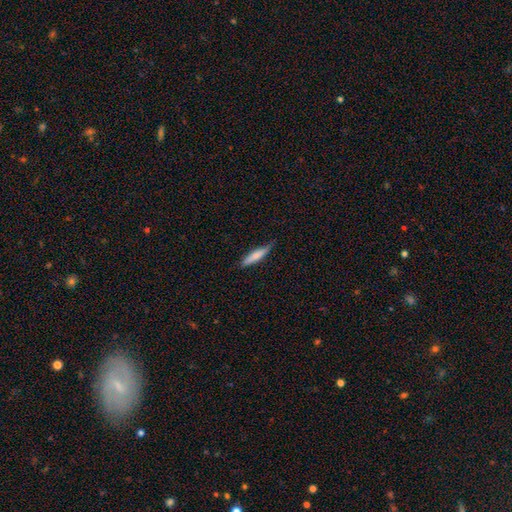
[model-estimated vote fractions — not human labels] This is likely a smooth galaxy (70%). How rounded: clearly cigar-shaped (87%). Merging: likely none (78%).